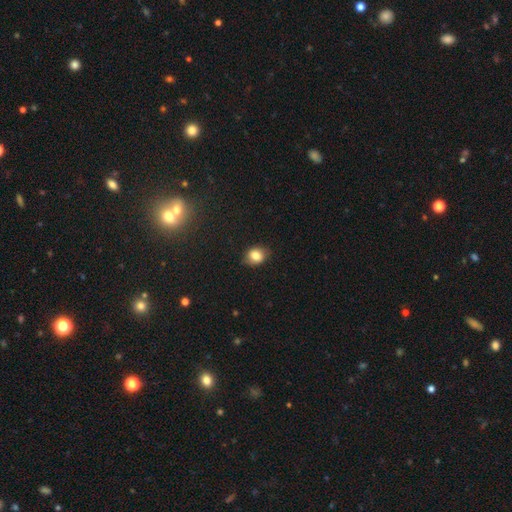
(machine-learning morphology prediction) Smooth or featured?
  - smooth: 81% *
  - star or artifact: 10%
  - featured or disk: 9%
How rounded?
  - in between: 50% *
  - round: 49%
  - cigar-shaped: 1%
Merging?
  - none: 80% *
  - minor disturbance: 16%
  - major disturbance: 3%
  - merger: 1%